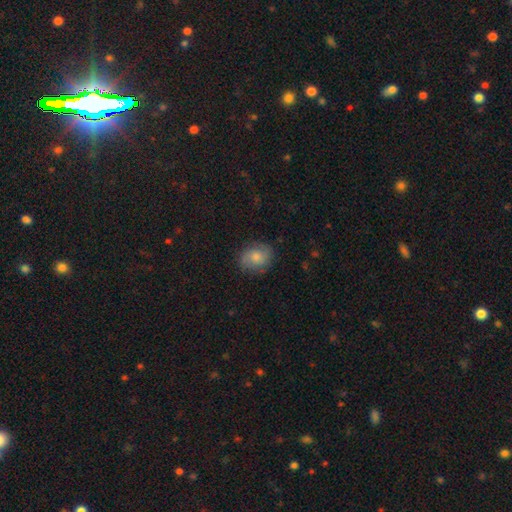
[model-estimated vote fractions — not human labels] Smooth or featured: smooth — 56% (featured or disk — 32%)
How rounded: round — 52% (in between — 47%)
Merging: none — 83% (minor disturbance — 13%)